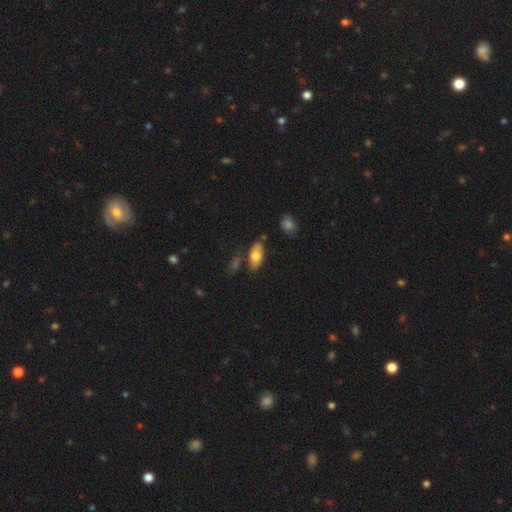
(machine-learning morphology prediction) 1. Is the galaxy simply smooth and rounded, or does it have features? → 71% smooth, 23% featured or disk, 7% star or artifact.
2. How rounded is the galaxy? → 86% in between, 11% cigar-shaped, 3% round.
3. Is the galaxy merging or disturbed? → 73% none, 15% minor disturbance, 8% merger, 4% major disturbance.